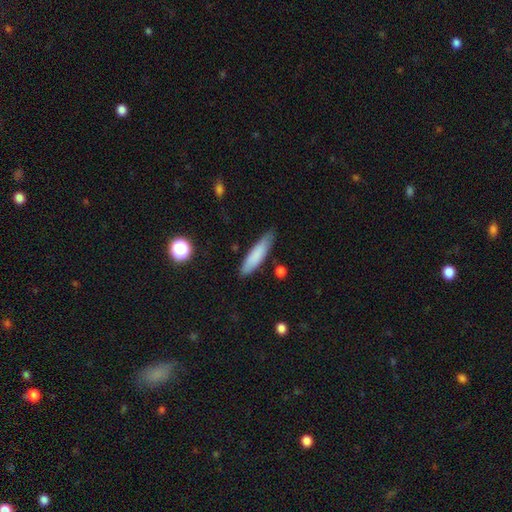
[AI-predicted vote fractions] The model was most divided on "how rounded": cigar-shaped: 76%, in between: 23%, round: 1%. More confident: smooth or featured — smooth (81%); merging — none (79%).